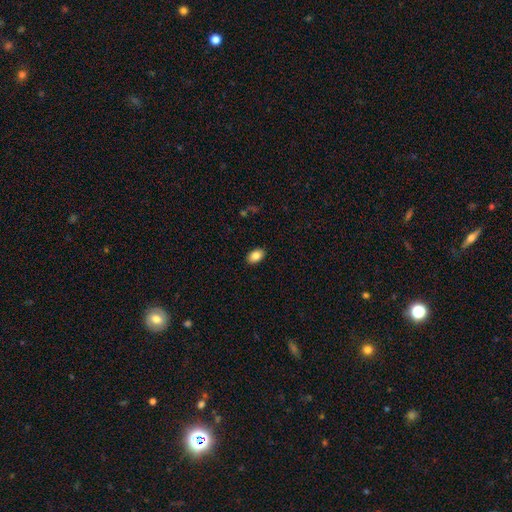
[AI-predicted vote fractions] smooth 86%, star or artifact 8%, featured or disk 7%. Down the decision tree: how rounded — in between (87%); merging — none (90%).